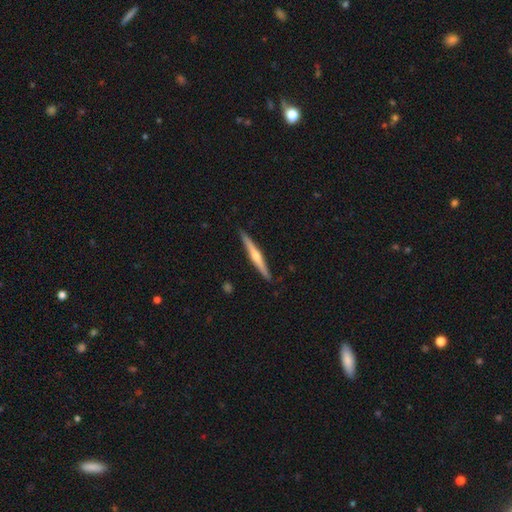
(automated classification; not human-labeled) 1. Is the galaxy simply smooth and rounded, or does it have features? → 72% featured or disk, 23% smooth, 5% star or artifact.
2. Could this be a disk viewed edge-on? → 98% yes, 2% no.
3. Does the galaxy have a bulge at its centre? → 85% rounded, 10% none, 5% boxy.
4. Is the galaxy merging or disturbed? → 91% none, 6% minor disturbance, 1% major disturbance, 1% merger.